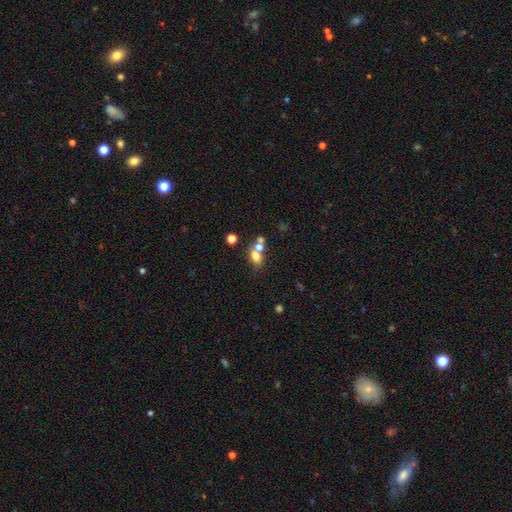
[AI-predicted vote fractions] smooth_or_featured: smooth (p=0.69) [alt: featured or disk p=0.16]
how_rounded: in between (p=0.62) [alt: round p=0.36]
merging: merger (p=0.42) [tied with: none p=0.42]